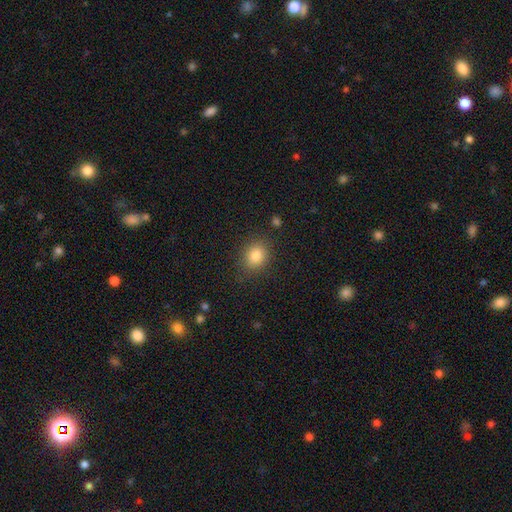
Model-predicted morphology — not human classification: smooth-or-featured: smooth: 84% | star or artifact: 10% | featured or disk: 6%
  how-rounded: round: 60% | in between: 39% | cigar-shaped: 1%
  merging: none: 83% | minor disturbance: 11% | major disturbance: 4% | merger: 2%